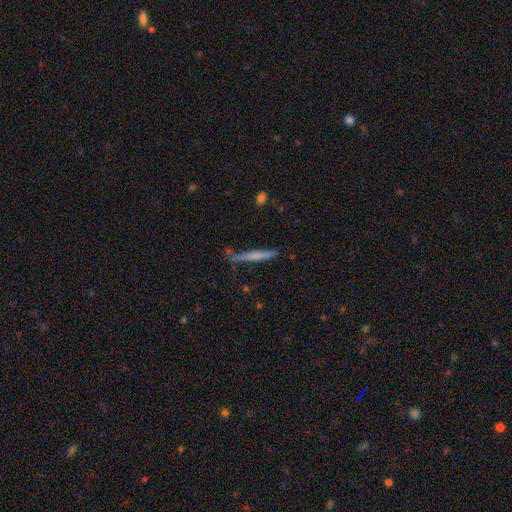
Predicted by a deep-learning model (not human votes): This is possibly a smooth galaxy (57%). How rounded: clearly cigar-shaped (96%). Merging: likely none (79%).